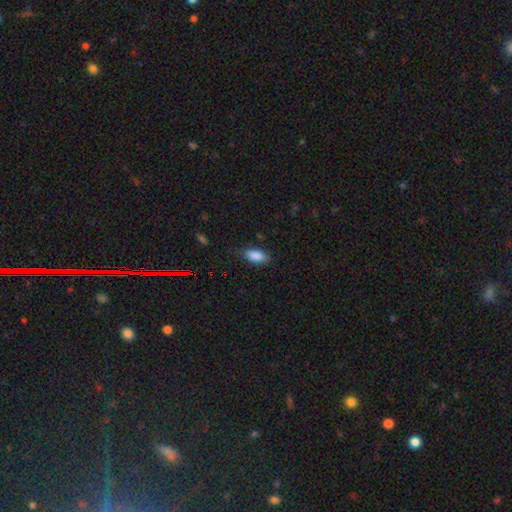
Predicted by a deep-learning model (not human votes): This appears to be a smooth galaxy with no disk features (88%) that is in between round and cigar-shaped (90%). Merging: none (80%).